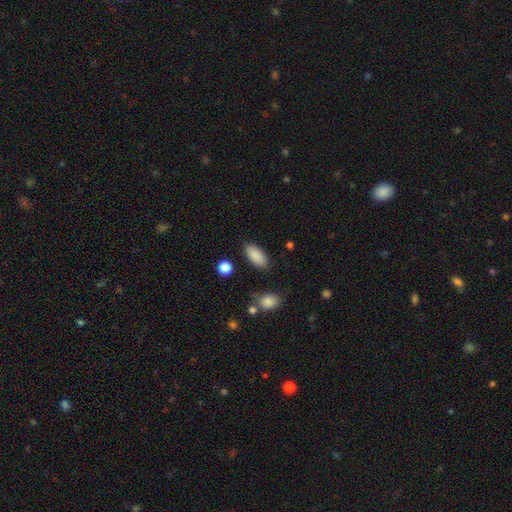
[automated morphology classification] Smooth or featured? smooth (89%)
How rounded? in between (90%)
Merging? none (84%)